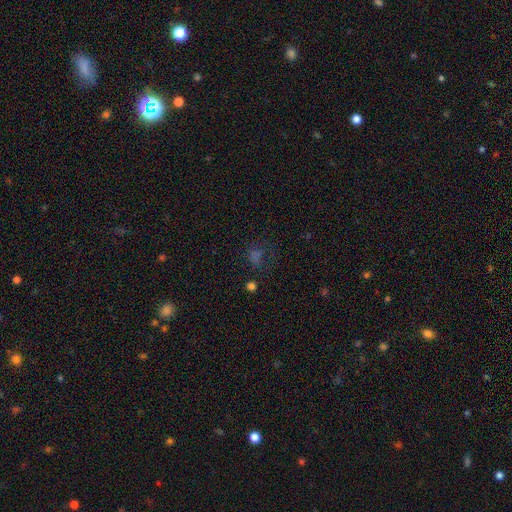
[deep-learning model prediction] Overall: smooth (44%; star or artifact 42%). Merging: none (54%; major disturbance 23%).